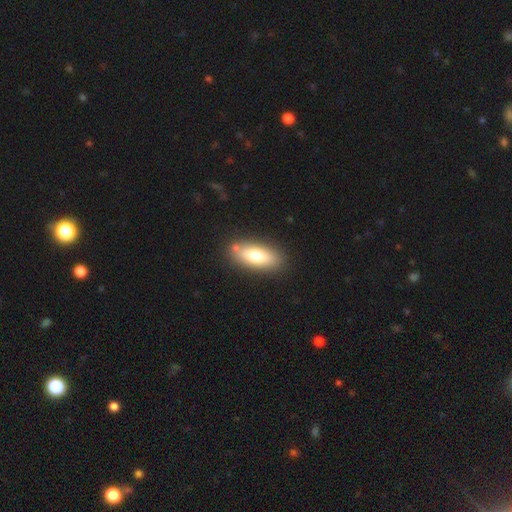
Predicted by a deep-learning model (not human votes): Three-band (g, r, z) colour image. It shows a smooth galaxy with no disk features (72%) that is in between round and cigar-shaped (74%). Merging: none (80%).